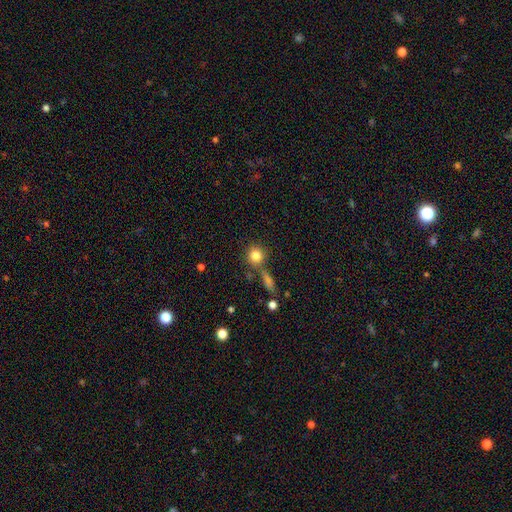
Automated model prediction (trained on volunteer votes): smooth_or_featured: smooth (p=0.82) [alt: star or artifact p=0.10]
how_rounded: round (p=0.88) [alt: in between p=0.10]
merging: none (p=0.69) [alt: merger p=0.17]